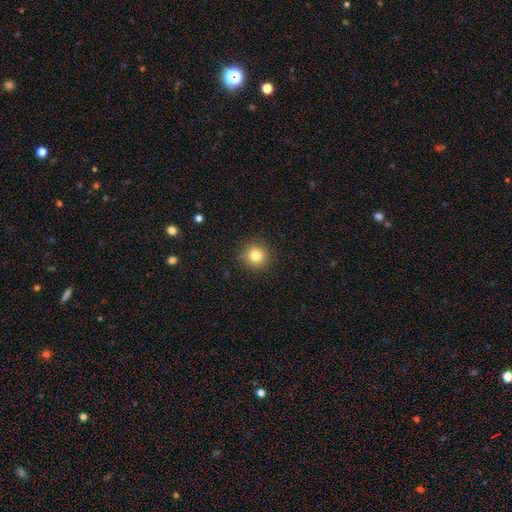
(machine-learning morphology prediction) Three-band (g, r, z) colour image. It shows a smooth galaxy with no disk features (82%) that is round (94%). Merging: none (90%).